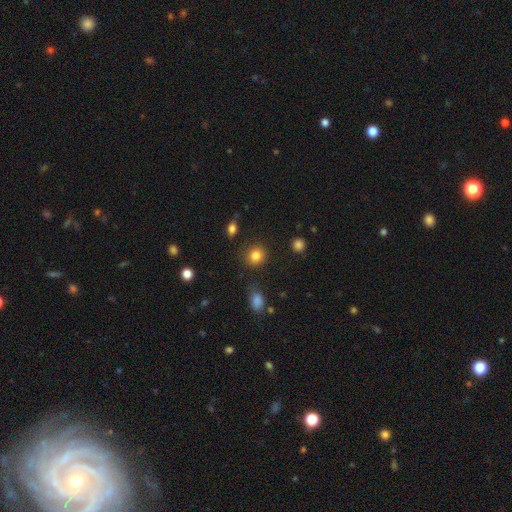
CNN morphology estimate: A smooth galaxy with no disk features (83%) that is round (86%). Merging: none (85%).